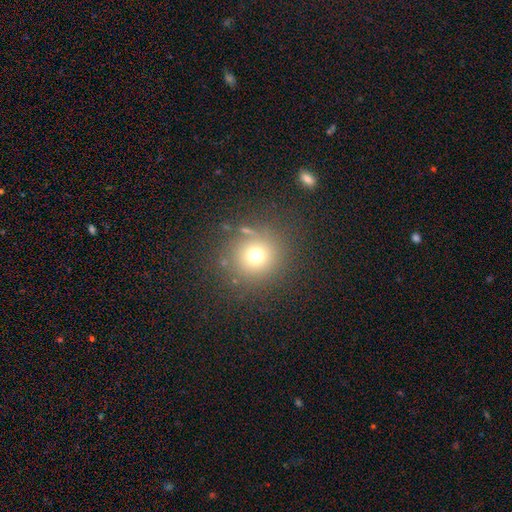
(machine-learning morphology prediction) Overall: smooth (69%). How rounded: round (92%). Merging: none (81%).